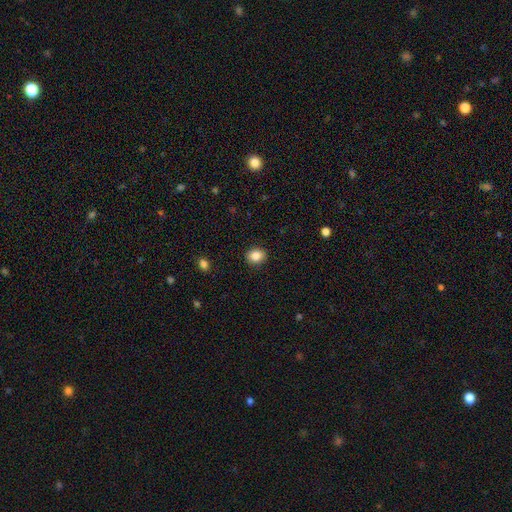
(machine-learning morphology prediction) Smooth or featured? smooth (85%)
How rounded? round (55%)
Merging? none (90%)